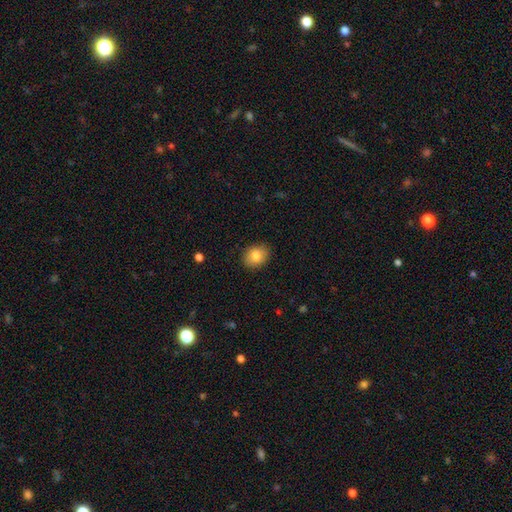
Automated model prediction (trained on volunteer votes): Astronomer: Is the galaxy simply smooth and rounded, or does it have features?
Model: smooth — 83%.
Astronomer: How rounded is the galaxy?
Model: in between — 52% (runner-up: round, 47%).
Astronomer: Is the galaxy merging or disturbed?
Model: none — 88%.